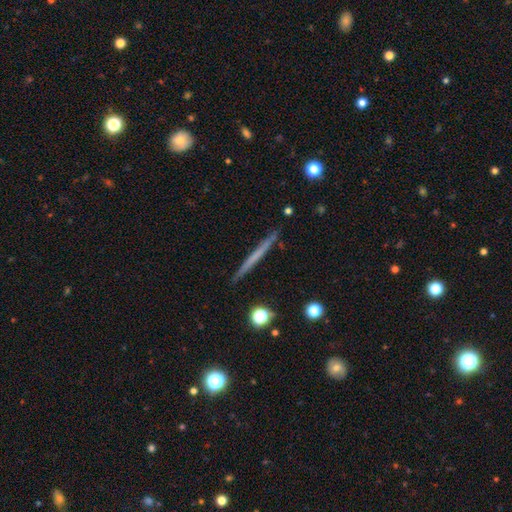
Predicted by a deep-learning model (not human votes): smooth-or-featured: featured or disk: 51% | smooth: 43% | star or artifact: 6%
  disk-edge-on: yes: 97% | no: 3%
  merging: none: 91% | minor disturbance: 6% | major disturbance: 1% | merger: 1%